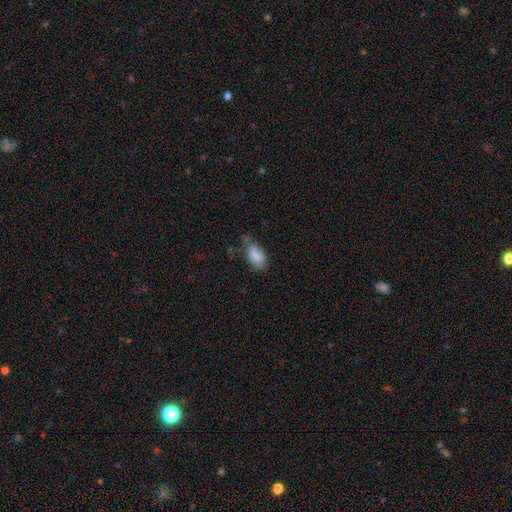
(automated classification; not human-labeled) smooth_or_featured: smooth (p=0.84) [alt: featured or disk p=0.09]
how_rounded: in between (p=0.91) [alt: round p=0.05]
merging: none (p=0.49) [alt: minor disturbance p=0.34]